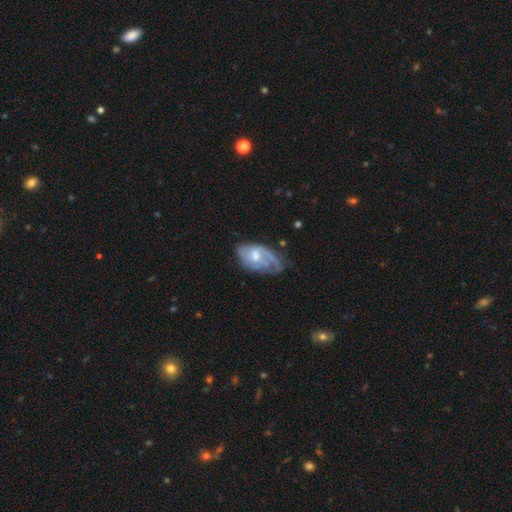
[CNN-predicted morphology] Smooth or featured? Predicted: featured or disk (p=0.66). Edge-on disk? Predicted: no (p=0.95). Bar? Predicted: no (p=0.62). Spiral arms? Predicted: yes (p=0.76). Bulge size? Predicted: moderate (p=0.61). Merging? Predicted: none (p=0.39).